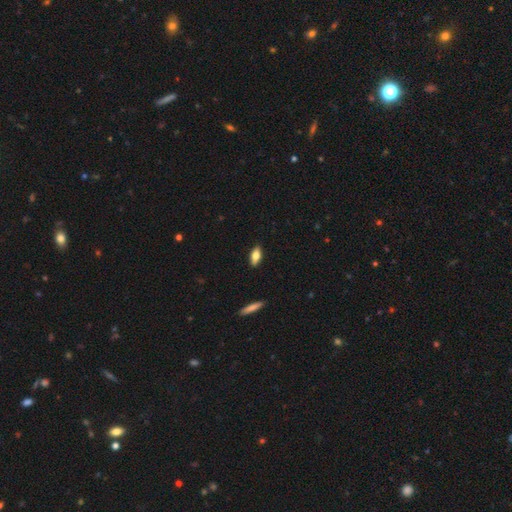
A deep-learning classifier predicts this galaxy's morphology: type=smooth (72%); roundness=in between (79%); merging=none (89%).